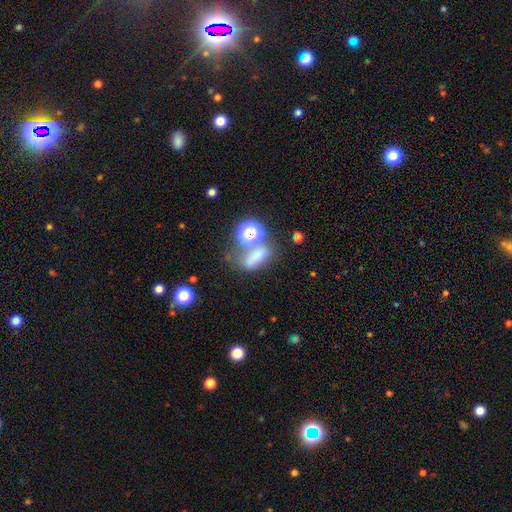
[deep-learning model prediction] Smooth or featured? smooth (63%)
How rounded? in between (59%)
Merging? none (46%)